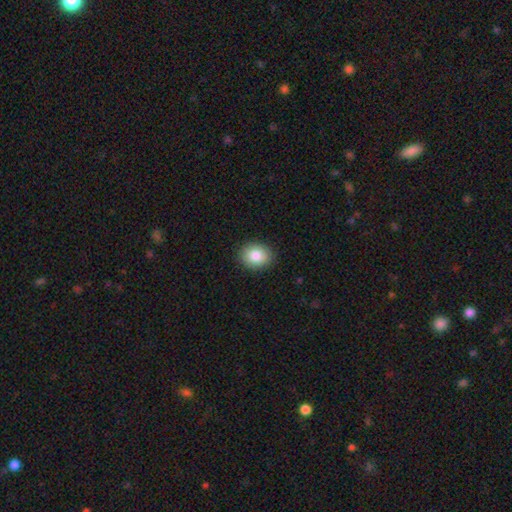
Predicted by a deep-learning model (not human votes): This appears to be a smooth galaxy with no disk features (83%) that is round (51%). Merging: none (90%).